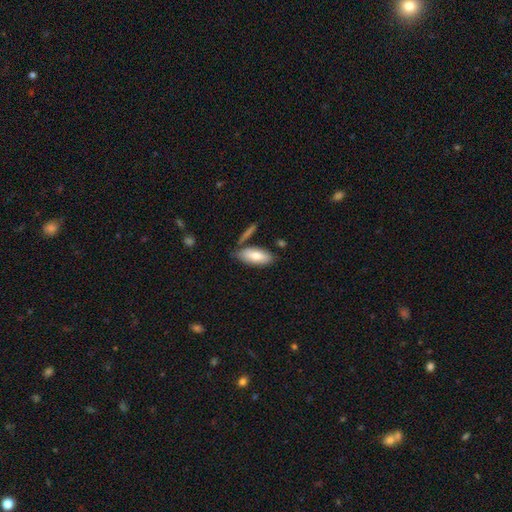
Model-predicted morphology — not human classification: Smooth or featured: smooth — 74% (featured or disk — 20%)
How rounded: in between — 82% (cigar-shaped — 16%)
Merging: none — 70% (minor disturbance — 16%)